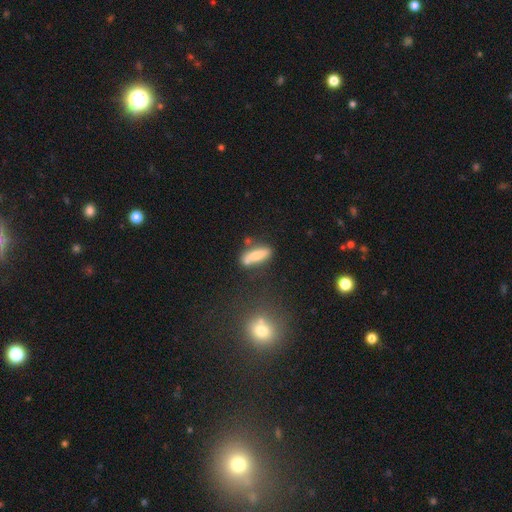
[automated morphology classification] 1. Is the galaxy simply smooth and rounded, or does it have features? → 69% smooth, 23% featured or disk, 8% star or artifact.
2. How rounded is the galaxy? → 57% cigar-shaped, 40% in between, 3% round.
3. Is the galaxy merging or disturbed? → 69% none, 17% minor disturbance, 10% merger, 5% major disturbance.